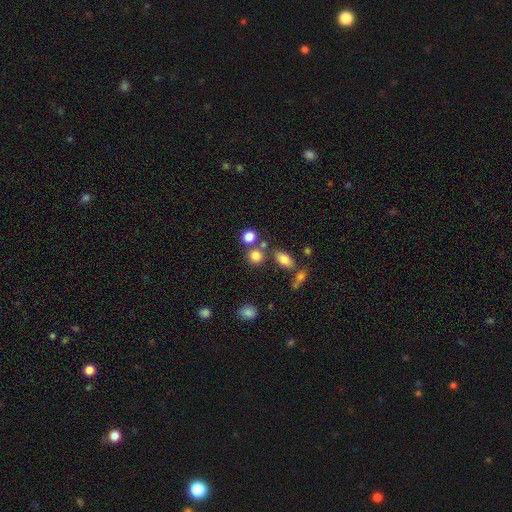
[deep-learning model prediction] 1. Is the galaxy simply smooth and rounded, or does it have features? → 80% smooth, 13% star or artifact, 8% featured or disk.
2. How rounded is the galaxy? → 81% round, 17% in between, 1% cigar-shaped.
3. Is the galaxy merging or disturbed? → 65% none, 21% merger, 10% minor disturbance, 4% major disturbance.